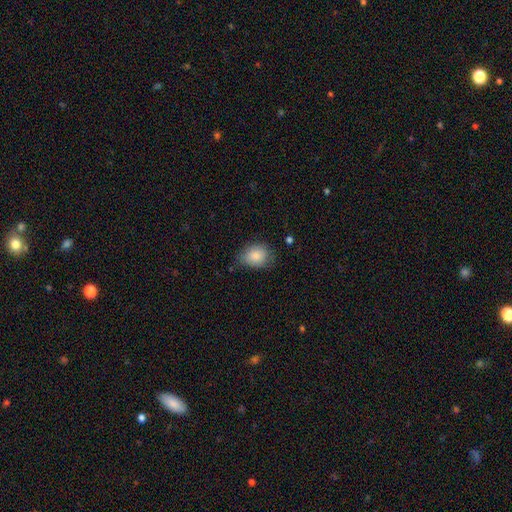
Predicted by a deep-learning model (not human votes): smooth 85%, featured or disk 8%, star or artifact 7%. Down the decision tree: how rounded — in between (65%); merging — none (66%).